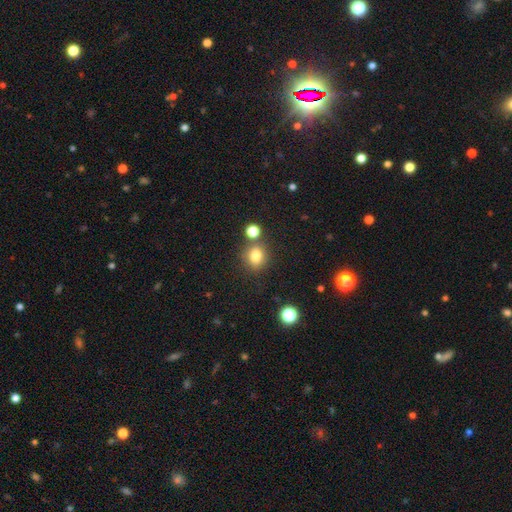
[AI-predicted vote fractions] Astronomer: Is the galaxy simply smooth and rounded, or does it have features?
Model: smooth — 81%.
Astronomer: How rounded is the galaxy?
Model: round — 66%.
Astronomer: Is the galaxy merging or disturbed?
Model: none — 73%.